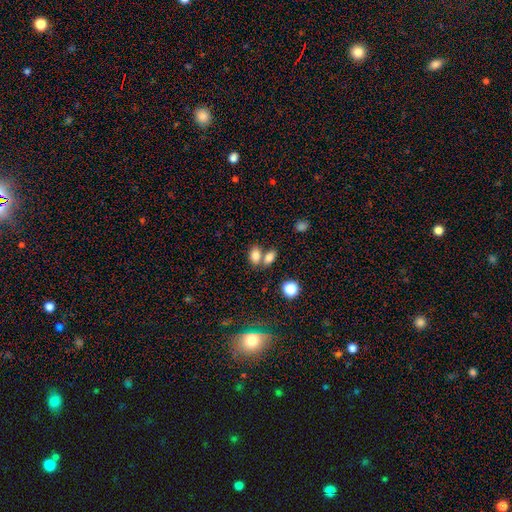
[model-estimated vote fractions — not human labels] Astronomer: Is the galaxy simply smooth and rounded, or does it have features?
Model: smooth — 81%.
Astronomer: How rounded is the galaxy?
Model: in between — 85%.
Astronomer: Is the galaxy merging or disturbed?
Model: none — 44% (runner-up: merger, 43%).